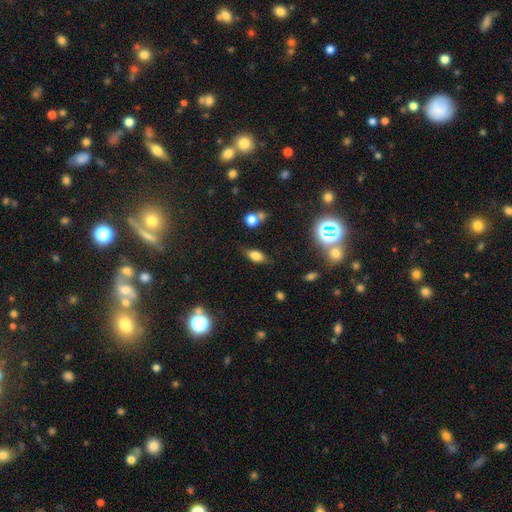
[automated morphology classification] This is likely a smooth galaxy (71%). How rounded: clearly in between (80%). Merging: likely none (74%).